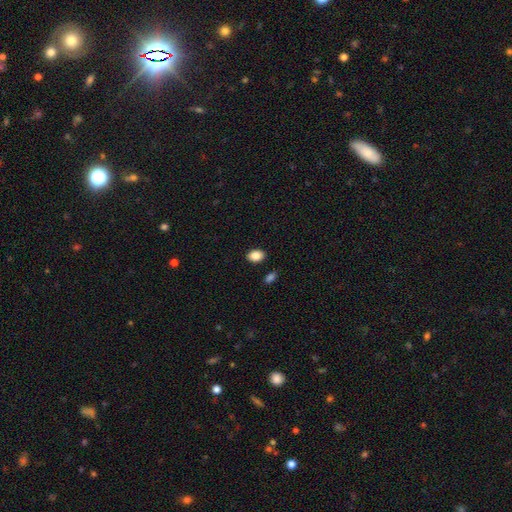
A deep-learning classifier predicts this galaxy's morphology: Smooth or featured? Predicted: smooth (p=0.87). How rounded? Predicted: in between (p=0.79). Merging? Predicted: none (p=0.87).